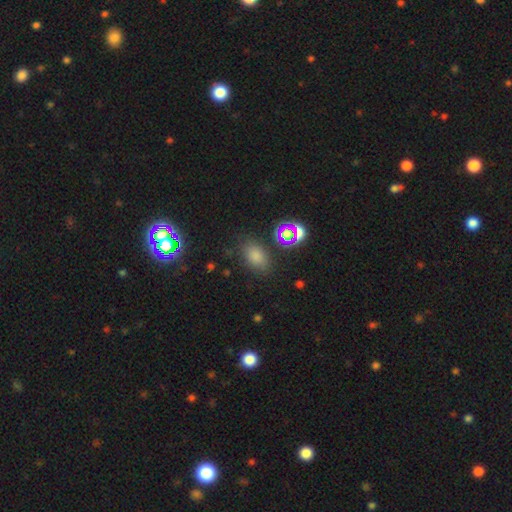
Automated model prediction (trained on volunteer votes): Smooth or featured?
  - smooth: 66% *
  - star or artifact: 26%
  - featured or disk: 8%
How rounded?
  - in between: 75% *
  - round: 23%
  - cigar-shaped: 2%
Merging?
  - none: 80% *
  - minor disturbance: 12%
  - major disturbance: 4%
  - merger: 4%